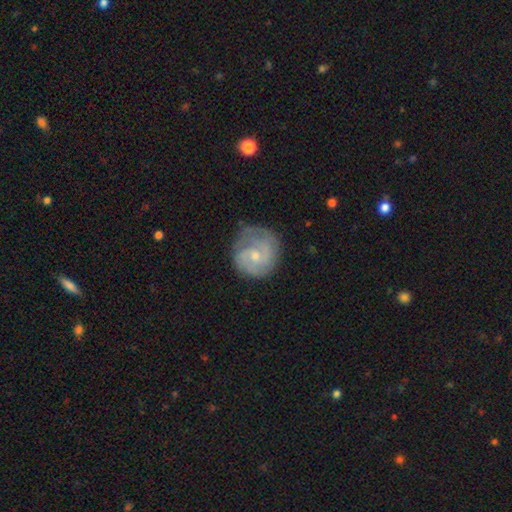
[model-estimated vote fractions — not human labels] Smooth or featured? Predicted: featured or disk (p=0.73). Edge-on disk? Predicted: no (p=0.98). Bar? Predicted: no (p=0.52). Spiral arms? Predicted: yes (p=0.92). Spiral winding? Predicted: tight (p=0.48). Spiral arm count? Predicted: 2 (p=0.59). Bulge size? Predicted: small (p=0.55). Merging? Predicted: none (p=0.63).